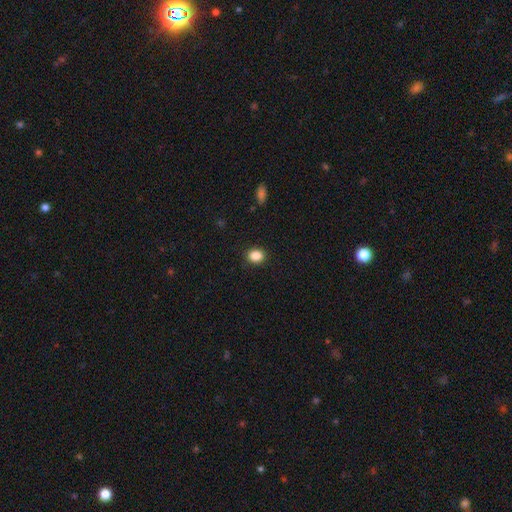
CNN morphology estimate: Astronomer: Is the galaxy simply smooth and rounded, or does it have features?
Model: smooth — 87%.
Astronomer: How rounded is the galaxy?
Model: round — 54% (runner-up: in between, 45%).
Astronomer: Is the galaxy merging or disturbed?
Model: none — 89%.